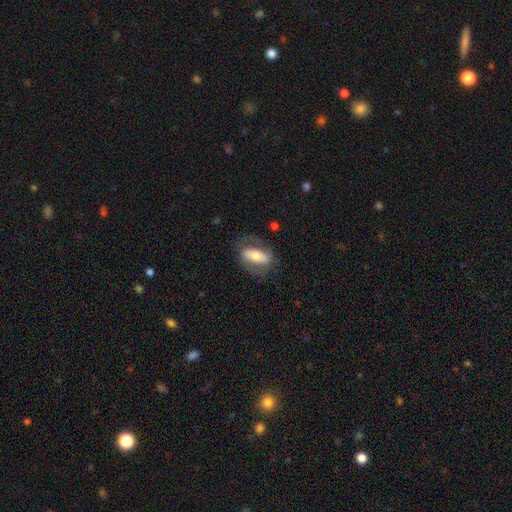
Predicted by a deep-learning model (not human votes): Overall: featured or disk (48%; smooth 46%). Merging: none (69%).